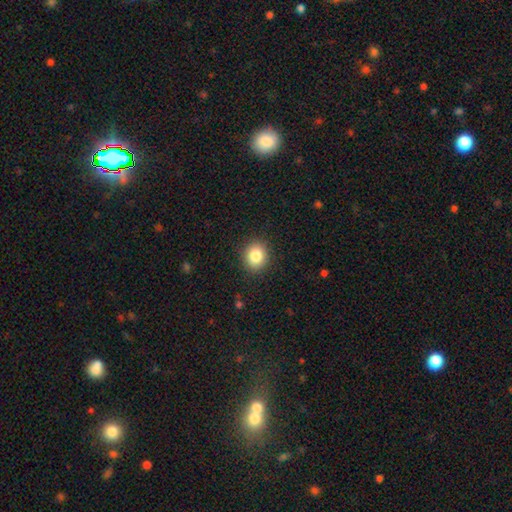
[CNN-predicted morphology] smooth_or_featured: smooth (p=0.84) [alt: star or artifact p=0.10]
how_rounded: round (p=0.75) [alt: in between p=0.24]
merging: none (p=0.90) [alt: minor disturbance p=0.07]